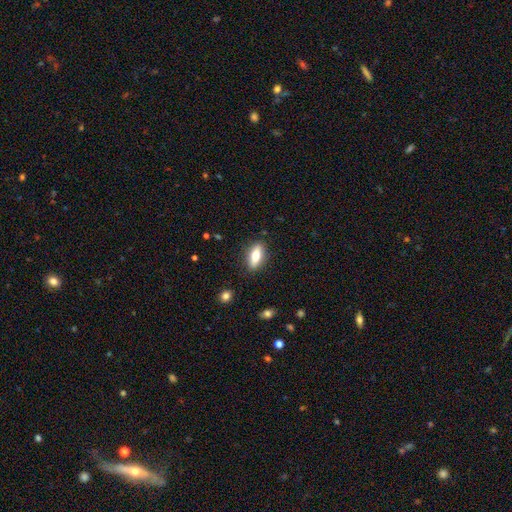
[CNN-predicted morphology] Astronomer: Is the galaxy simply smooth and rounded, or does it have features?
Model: smooth — 69%.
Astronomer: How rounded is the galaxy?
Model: in between — 71%.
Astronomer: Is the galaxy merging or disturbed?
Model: none — 85%.